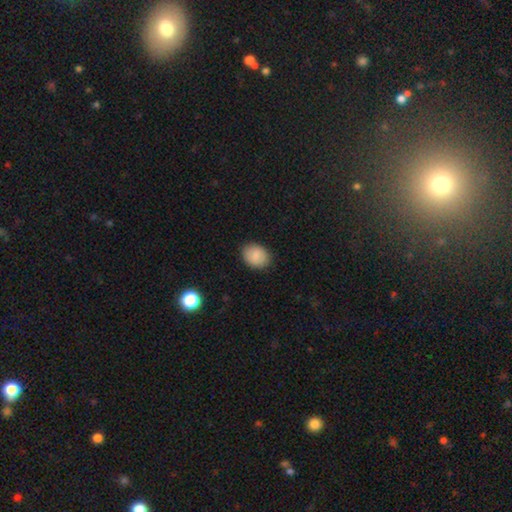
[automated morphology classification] This appears to be a smooth galaxy with no disk features (87%) that is in between round and cigar-shaped (57%). Merging: none (87%).